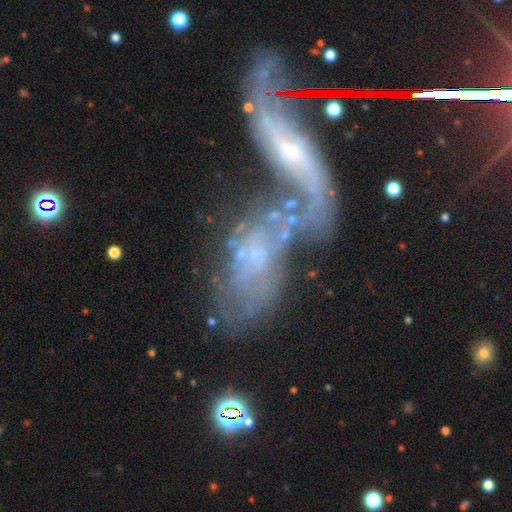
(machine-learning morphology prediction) featured or disk 68%, smooth 19%, star or artifact 13%. Down the decision tree: edge-on disk — no (90%); bar — no (62%); spiral arms — yes (69%); bulge size — small (53%); merging — merger (57%).